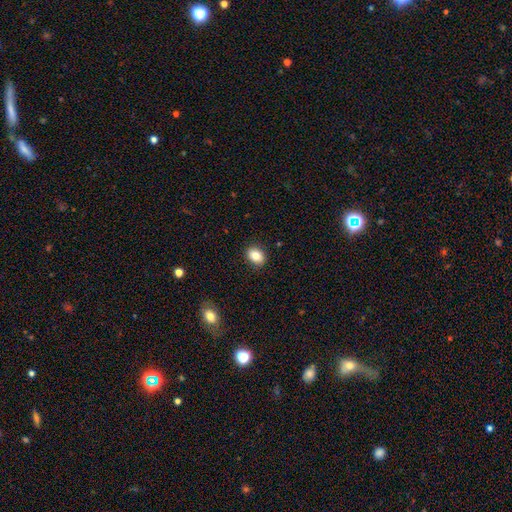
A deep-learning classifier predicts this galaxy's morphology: This is clearly a smooth galaxy (83%). How rounded: likely in between (65%). Merging: clearly none (88%).